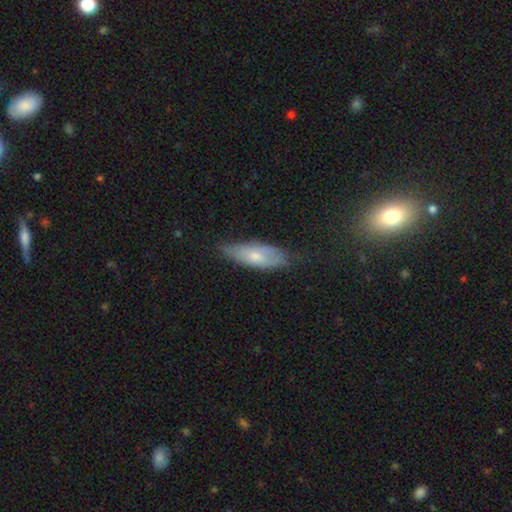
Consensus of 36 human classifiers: Volunteers were most divided on "merging" (2-way tie): none: 47%, minor disturbance: 47%, major disturbance: 6%, merger: 0%. More confident: how rounded — in between (81%); smooth or featured — smooth (58%).